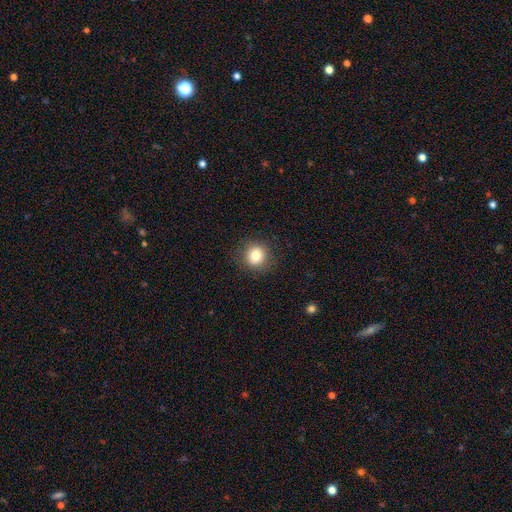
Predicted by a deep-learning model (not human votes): A smooth galaxy with no disk features (80%) that is round (90%). Merging: none (89%).